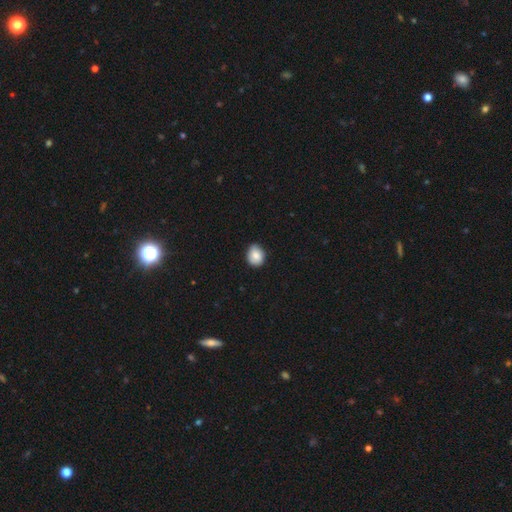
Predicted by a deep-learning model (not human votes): A smooth galaxy with no disk features (85%) that is round (57%). Merging: none (79%).